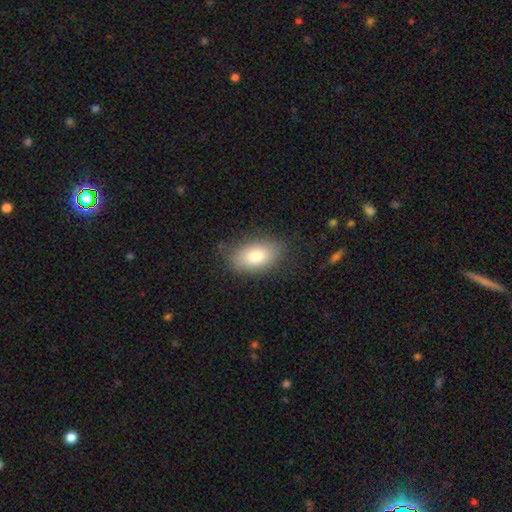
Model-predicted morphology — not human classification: A smooth galaxy with no disk features (79%) that is in between round and cigar-shaped (90%). Merging: none (79%).